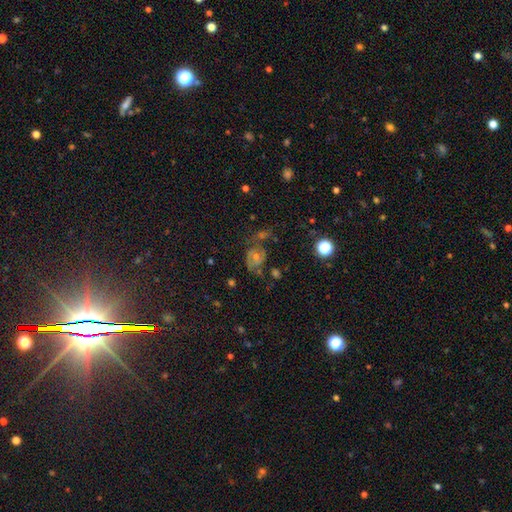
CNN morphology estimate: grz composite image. It shows a featured or disk galaxy (42%). Merging: none (50%).